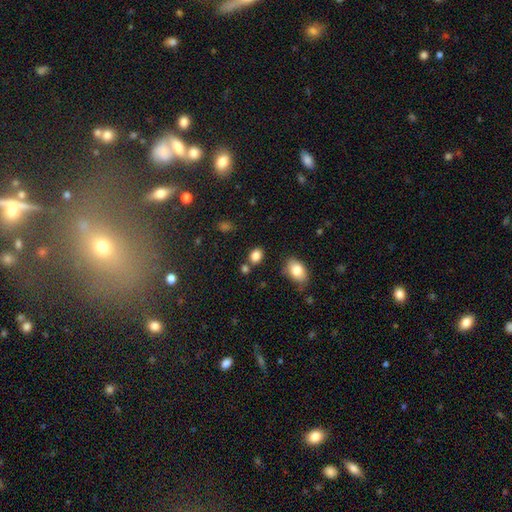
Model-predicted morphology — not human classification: A smooth galaxy with no disk features (84%) that is in between round and cigar-shaped (62%).

Vote fractions:
- Smooth or featured? smooth: 84% / star or artifact: 11% / featured or disk: 5%
- How rounded? in between: 62% / round: 37% / cigar-shaped: 1%
- Merging? none: 72% / minor disturbance: 13% / merger: 11% / major disturbance: 4%